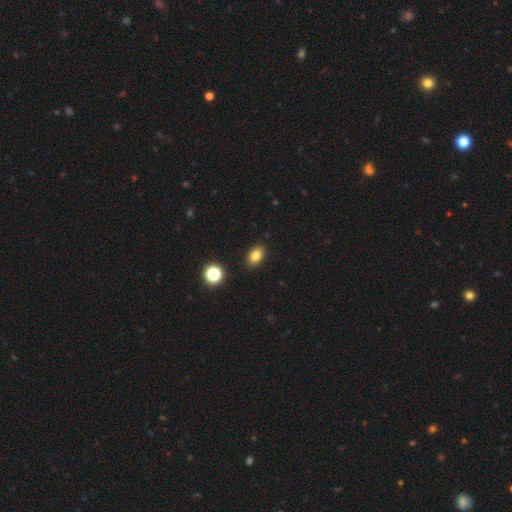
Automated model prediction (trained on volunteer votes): This appears to be a smooth galaxy with no disk features (81%) that is in between round and cigar-shaped (82%). Merging: none (88%).